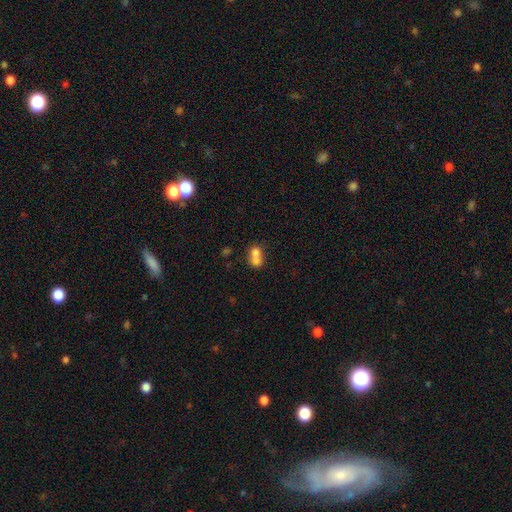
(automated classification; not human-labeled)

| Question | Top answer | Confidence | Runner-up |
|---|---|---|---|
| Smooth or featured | smooth | 71% | featured or disk (18%) |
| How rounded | round | 53% | in between (45%) |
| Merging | merger | 70% | none (21%) |